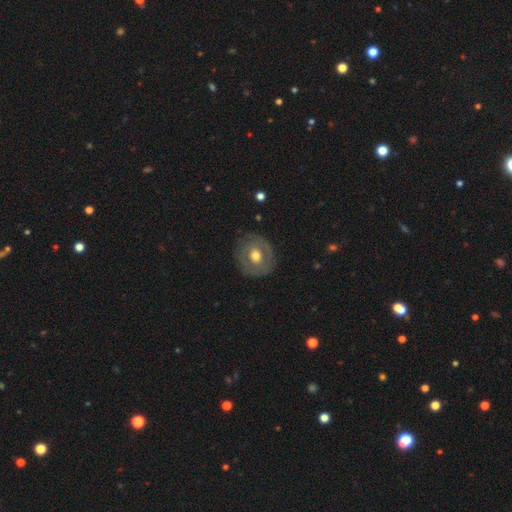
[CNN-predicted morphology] The model was most divided on "smooth or featured": featured or disk: 51%, smooth: 42%, star or artifact: 6%. More confident: edge-on disk — no (95%); merging — none (80%).